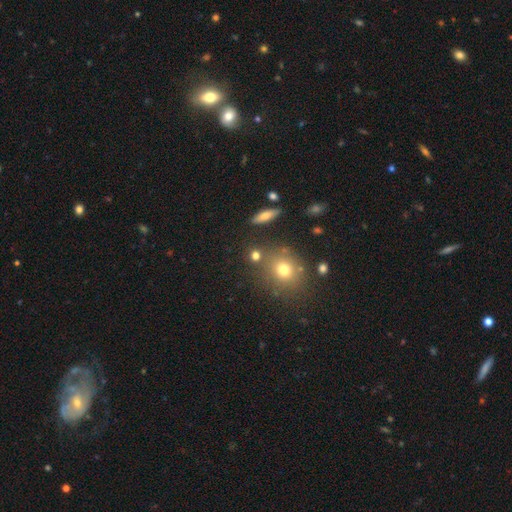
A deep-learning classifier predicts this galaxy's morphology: This is likely a smooth galaxy (72%). How rounded: likely round (77%). Merging: likely none (73%).